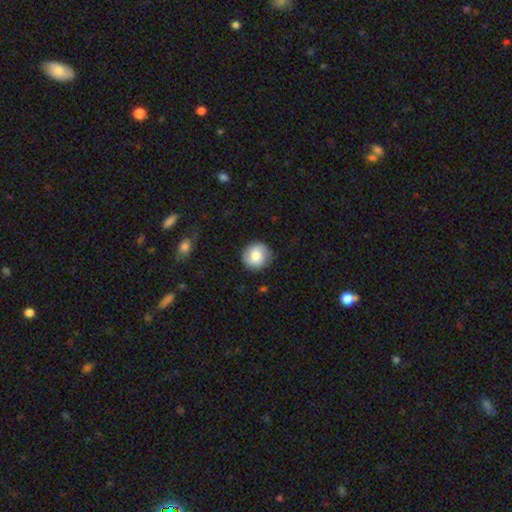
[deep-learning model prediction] The model was most divided on "smooth or featured": smooth: 70%, featured or disk: 22%, star or artifact: 8%. More confident: how rounded — round (91%); merging — none (85%).